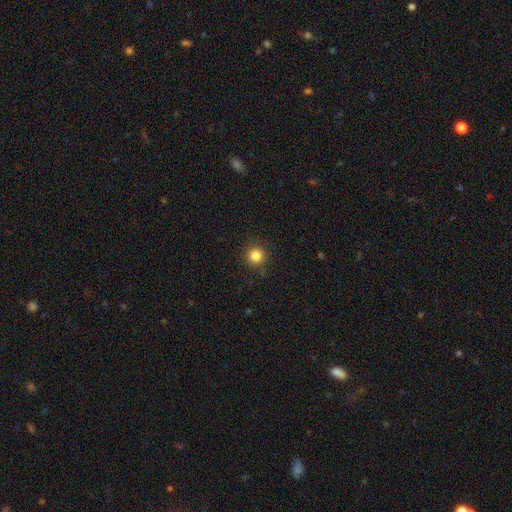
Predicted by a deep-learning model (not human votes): smooth 84%, star or artifact 12%, featured or disk 4%. Down the decision tree: how rounded — round (95%); merging — none (90%).